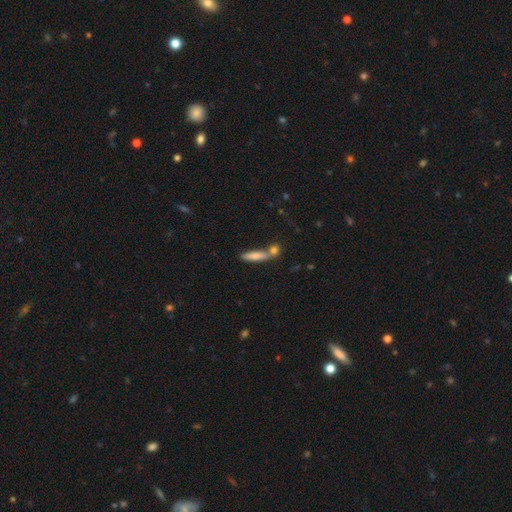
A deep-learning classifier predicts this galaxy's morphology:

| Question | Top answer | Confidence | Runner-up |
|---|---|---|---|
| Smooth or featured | smooth | 73% | featured or disk (20%) |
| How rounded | cigar-shaped | 81% | in between (17%) |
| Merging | none | 62% | merger (23%) |